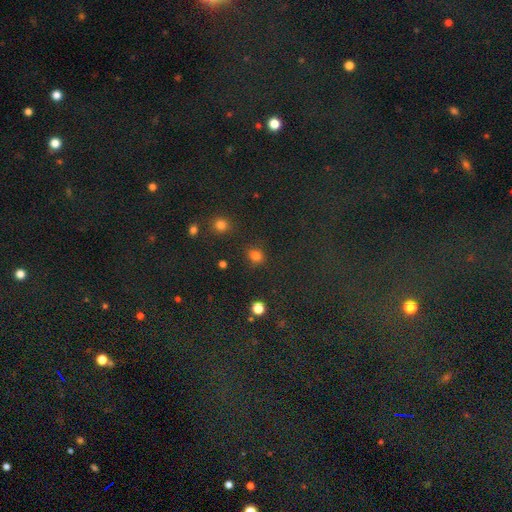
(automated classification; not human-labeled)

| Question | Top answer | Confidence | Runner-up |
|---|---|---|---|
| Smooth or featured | smooth | 78% | star or artifact (17%) |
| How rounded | round | 67% | in between (31%) |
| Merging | none | 80% | minor disturbance (12%) |